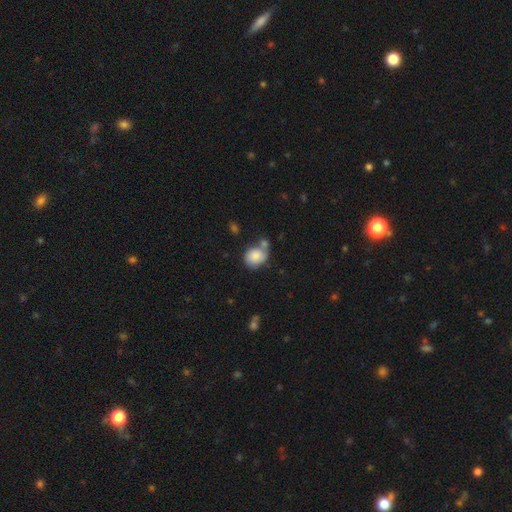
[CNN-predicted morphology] smooth-or-featured: smooth: 80% | featured or disk: 12% | star or artifact: 7%
  how-rounded: round: 61% | in between: 38% | cigar-shaped: 1%
  merging: none: 44% | merger: 30% | minor disturbance: 19% | major disturbance: 7%